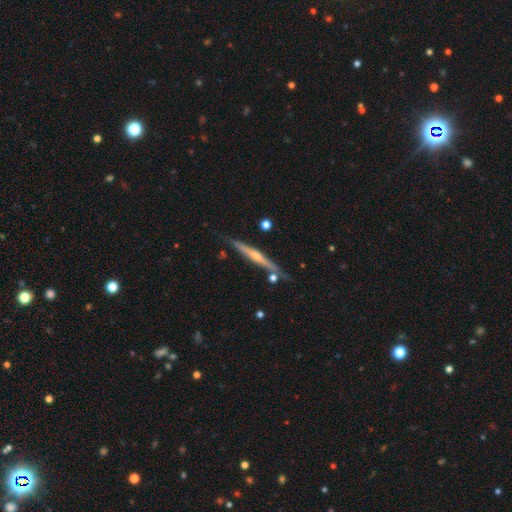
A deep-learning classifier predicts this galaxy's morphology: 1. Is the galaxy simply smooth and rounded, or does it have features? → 74% featured or disk, 18% smooth, 7% star or artifact.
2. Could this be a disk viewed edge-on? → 96% yes, 4% no.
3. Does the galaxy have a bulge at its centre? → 81% rounded, 13% none, 6% boxy.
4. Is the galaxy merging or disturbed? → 80% none, 13% minor disturbance, 4% merger, 3% major disturbance.